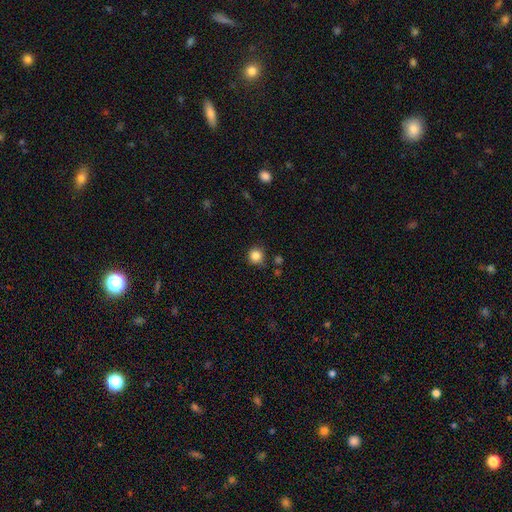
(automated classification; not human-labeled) Q: Smooth or featured?
A: smooth (85%); runner-up: star or artifact (11%)
Q: How rounded?
A: round (94%); runner-up: in between (6%)
Q: Merging?
A: none (83%); runner-up: minor disturbance (11%)